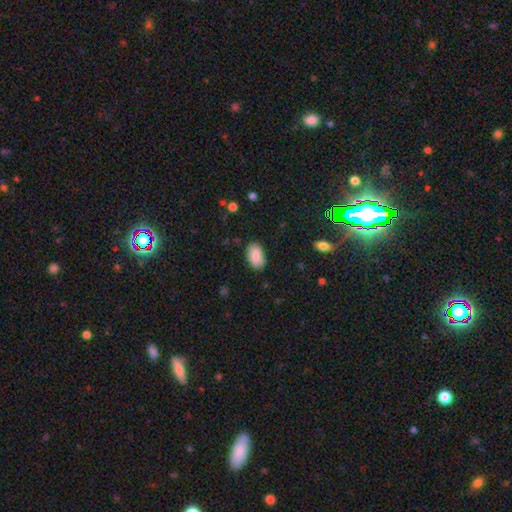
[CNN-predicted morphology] Q: Smooth or featured?
A: smooth (88%); runner-up: star or artifact (6%)
Q: How rounded?
A: in between (93%); runner-up: round (5%)
Q: Merging?
A: none (85%); runner-up: minor disturbance (11%)